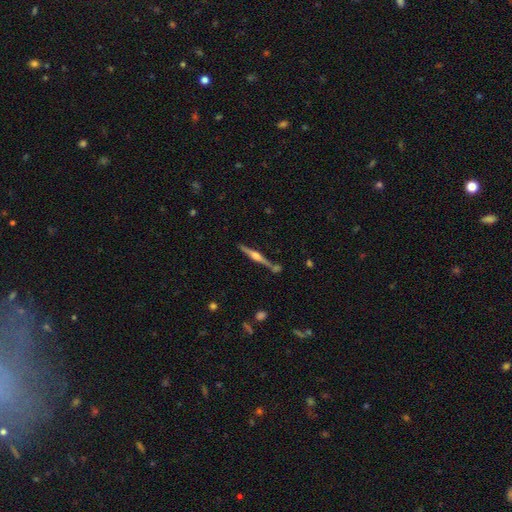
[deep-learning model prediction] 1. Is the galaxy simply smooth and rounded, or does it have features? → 82% featured or disk, 13% smooth, 6% star or artifact.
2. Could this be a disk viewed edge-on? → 98% yes, 2% no.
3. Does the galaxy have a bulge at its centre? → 89% rounded, 8% boxy, 3% none.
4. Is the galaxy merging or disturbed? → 81% none, 10% minor disturbance, 7% merger, 2% major disturbance.